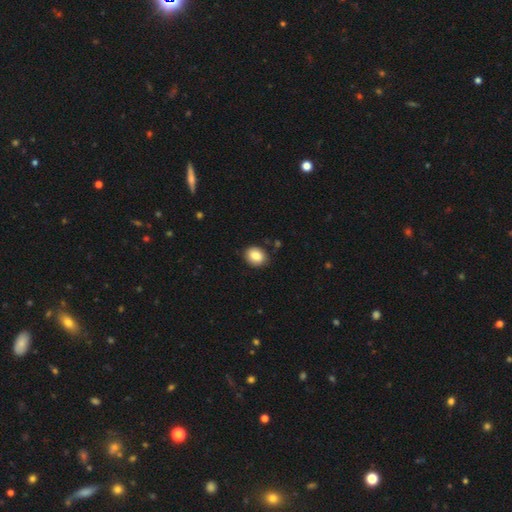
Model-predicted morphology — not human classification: The model was most divided on "how rounded": round: 56%, in between: 44%, cigar-shaped: 1%. More confident: merging — none (87%); smooth or featured — smooth (84%).